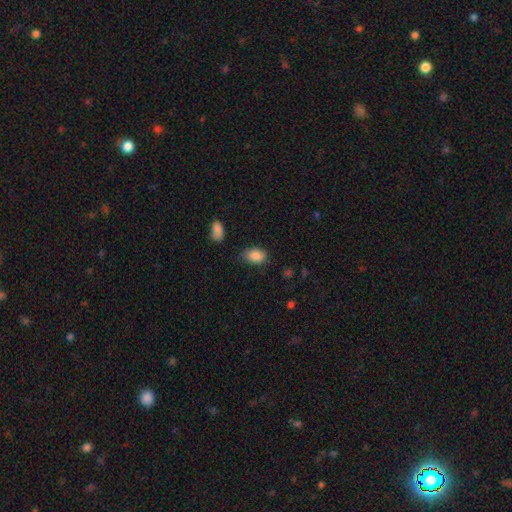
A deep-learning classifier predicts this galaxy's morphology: The model was most divided on "merging": none: 70%, minor disturbance: 23%, major disturbance: 5%, merger: 2%. More confident: how rounded — in between (87%); smooth or featured — smooth (87%).